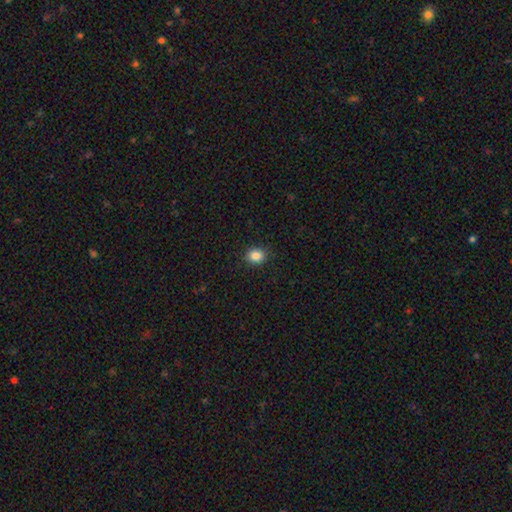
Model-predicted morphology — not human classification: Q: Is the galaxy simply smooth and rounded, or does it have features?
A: smooth — 85%.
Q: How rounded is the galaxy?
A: round — 63%.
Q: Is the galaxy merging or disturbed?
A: none — 90%.